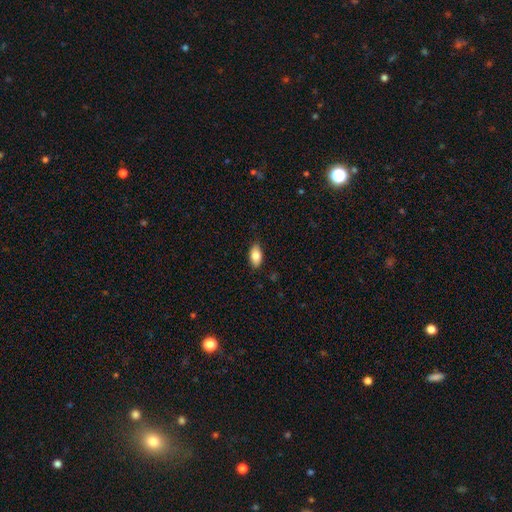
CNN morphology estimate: A smooth galaxy with no disk features (82%) that is in between round and cigar-shaped (91%).

Vote fractions:
- Smooth or featured? smooth: 82% / featured or disk: 11% / star or artifact: 7%
- How rounded? in between: 91% / round: 5% / cigar-shaped: 4%
- Merging? none: 84% / minor disturbance: 12% / major disturbance: 2% / merger: 1%